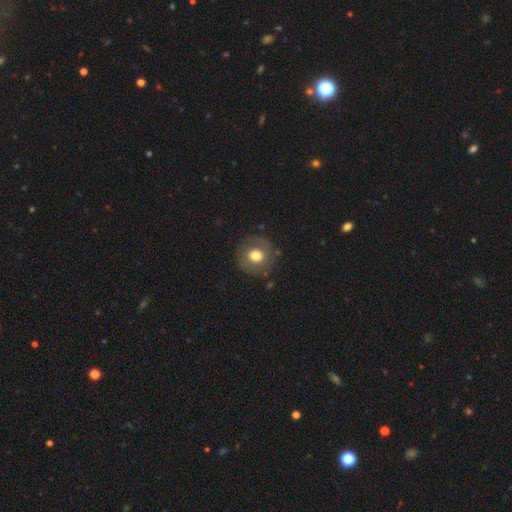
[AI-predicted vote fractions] This is likely a smooth galaxy (68%). How rounded: clearly round (89%). Merging: clearly none (83%).